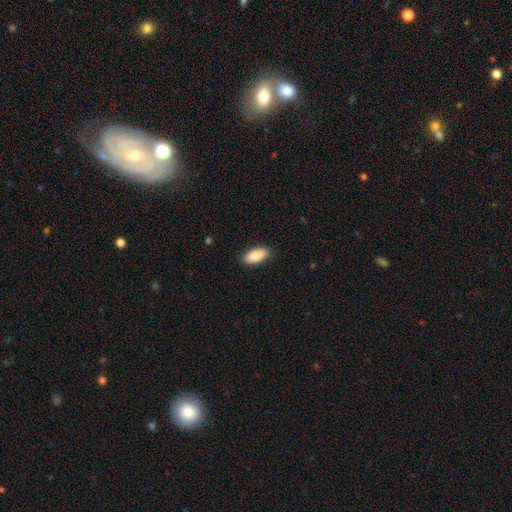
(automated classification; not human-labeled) A smooth galaxy with no disk features (87%) that is in between round and cigar-shaped (88%).

Vote fractions:
- Smooth or featured? smooth: 87% / featured or disk: 7% / star or artifact: 6%
- How rounded? in between: 88% / cigar-shaped: 9% / round: 2%
- Merging? none: 86% / minor disturbance: 11% / major disturbance: 2% / merger: 1%